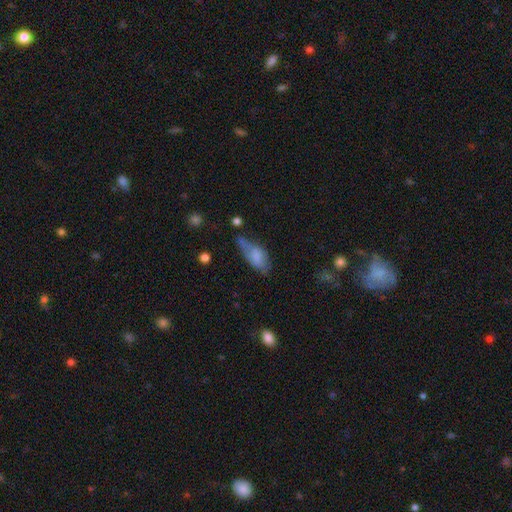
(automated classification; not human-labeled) smooth 69%, featured or disk 22%, star or artifact 9%. Down the decision tree: how rounded — in between (82%); merging — minor disturbance (37%).